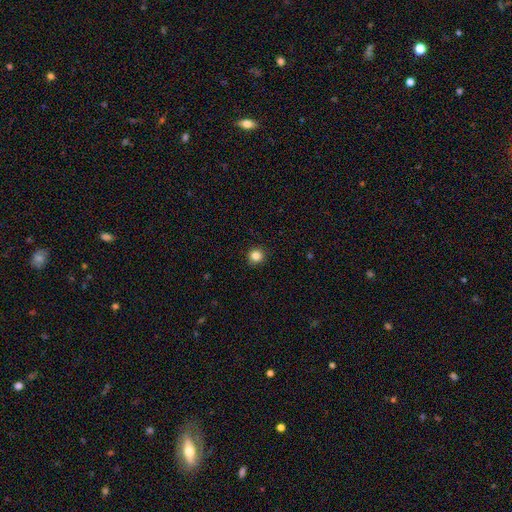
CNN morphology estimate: This appears to be a smooth galaxy with no disk features (85%) that is round (94%). Merging: none (92%).